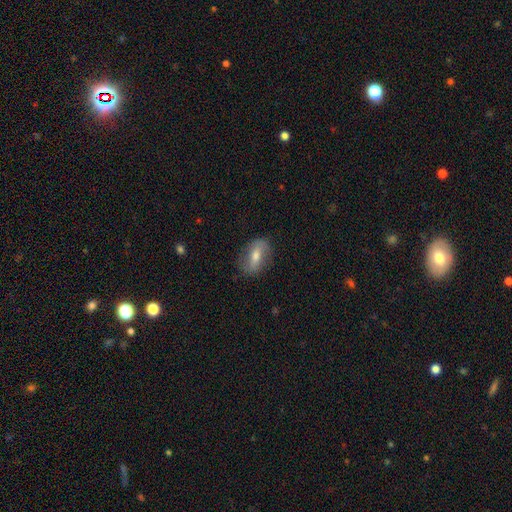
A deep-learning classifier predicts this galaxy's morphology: A smooth galaxy with no disk features (49%).

Vote fractions:
- Smooth or featured? smooth: 49% / featured or disk: 43% / star or artifact: 8%
- Merging? none: 80% / minor disturbance: 15% / major disturbance: 4% / merger: 1%